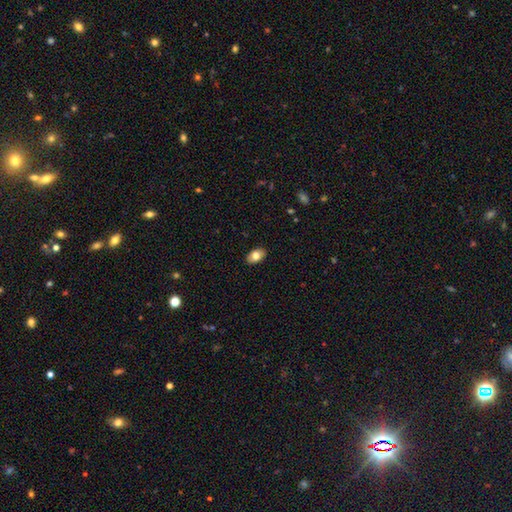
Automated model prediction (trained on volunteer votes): This is likely a smooth galaxy (78%). How rounded: clearly in between (90%). Merging: clearly none (88%).